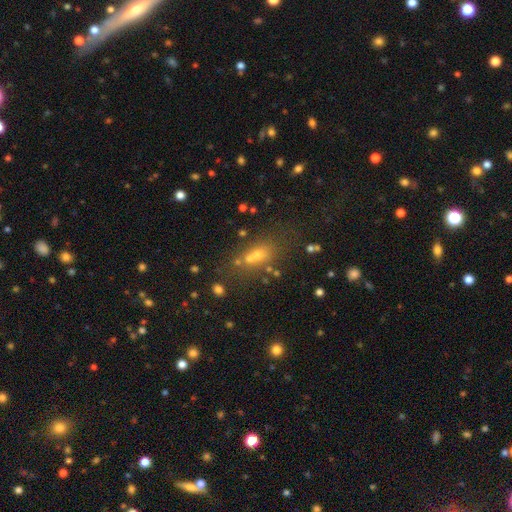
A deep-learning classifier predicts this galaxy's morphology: Smooth or featured? smooth (56%)
How rounded? in between (61%)
Merging? none (55%)